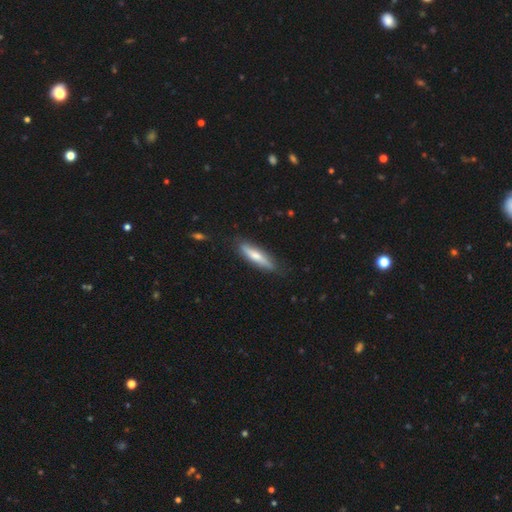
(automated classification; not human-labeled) smooth_or_featured: smooth (p=0.62) [alt: featured or disk p=0.33]
how_rounded: cigar-shaped (p=0.78) [alt: in between p=0.21]
merging: none (p=0.81) [alt: minor disturbance p=0.15]